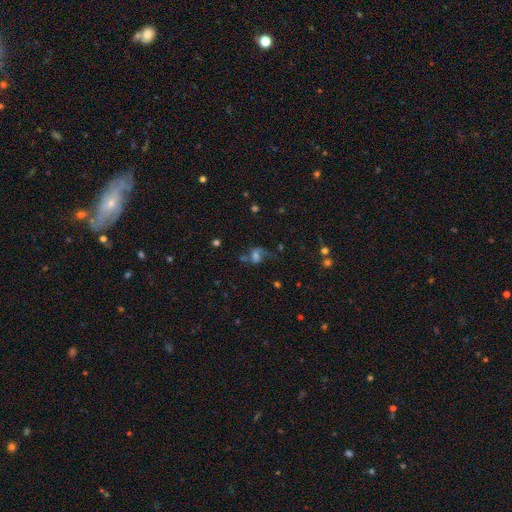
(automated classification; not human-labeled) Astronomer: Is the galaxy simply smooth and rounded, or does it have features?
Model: smooth — 41% (runner-up: featured or disk, 38%).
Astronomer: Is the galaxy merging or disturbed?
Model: major disturbance — 35% (runner-up: none, 32%).